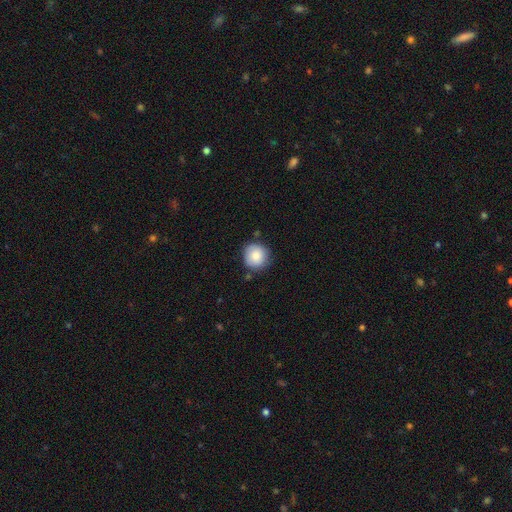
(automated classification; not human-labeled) Q: Smooth or featured?
A: smooth (84%); runner-up: featured or disk (8%)
Q: How rounded?
A: round (93%); runner-up: in between (6%)
Q: Merging?
A: none (80%); runner-up: minor disturbance (14%)